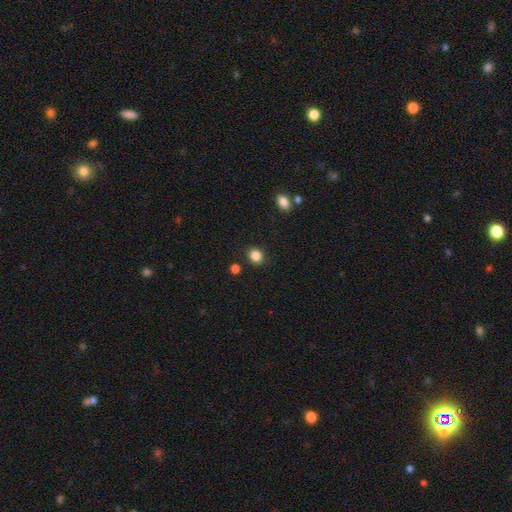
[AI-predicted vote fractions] smooth_or_featured: smooth (p=0.85) [alt: star or artifact p=0.11]
how_rounded: round (p=0.70) [alt: in between p=0.29]
merging: none (p=0.87) [alt: minor disturbance p=0.08]